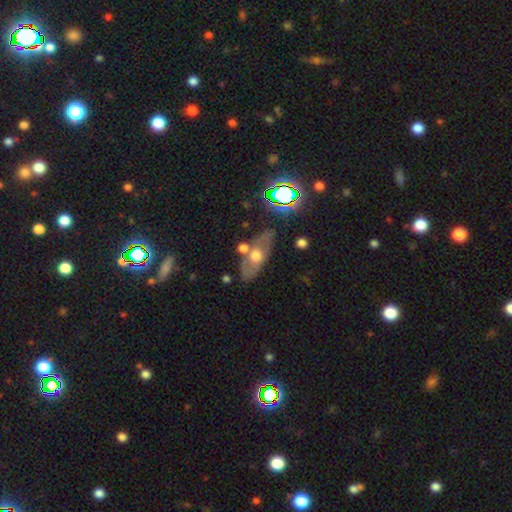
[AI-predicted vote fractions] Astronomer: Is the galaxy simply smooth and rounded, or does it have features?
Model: featured or disk — 46% (runner-up: smooth, 42%).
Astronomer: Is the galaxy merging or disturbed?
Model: none — 66%.